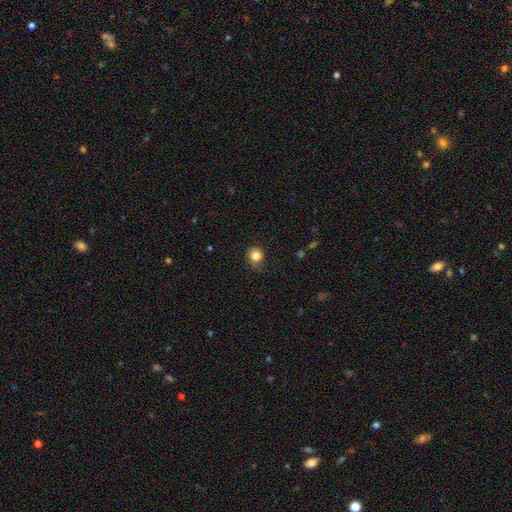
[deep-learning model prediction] The model was most divided on "merging": none: 70%, minor disturbance: 22%, major disturbance: 6%, merger: 1%. More confident: smooth or featured — smooth (83%); how rounded — round (79%).